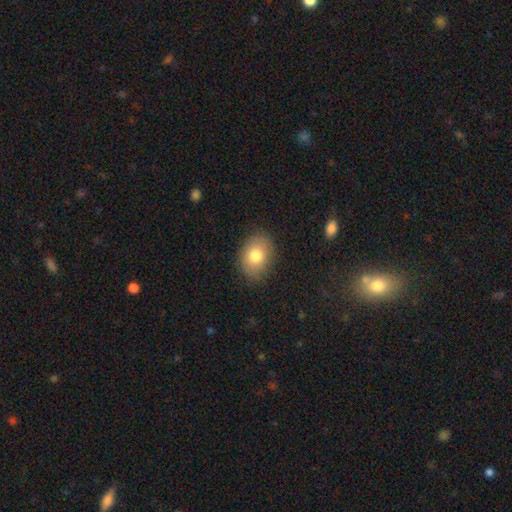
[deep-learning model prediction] Morphology: type=smooth (79%); roundness=in between (70%); merging=none (85%).